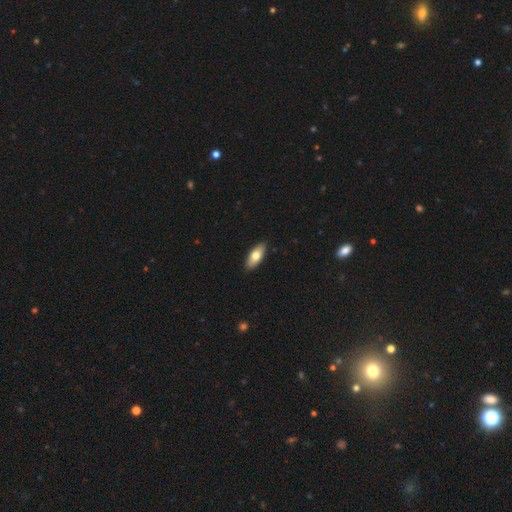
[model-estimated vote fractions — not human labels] Smooth or featured: smooth — 75% (featured or disk — 19%)
How rounded: in between — 81% (cigar-shaped — 17%)
Merging: none — 89% (minor disturbance — 8%)